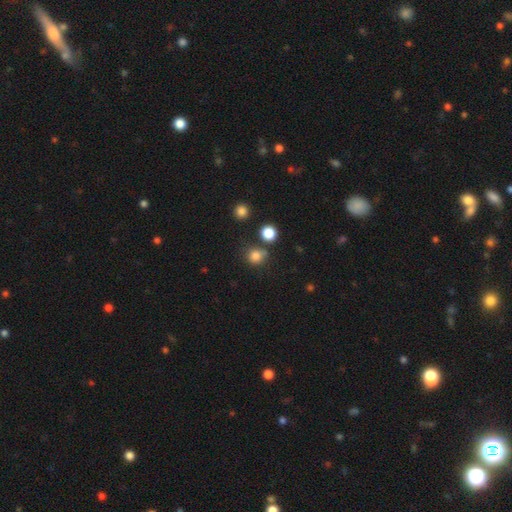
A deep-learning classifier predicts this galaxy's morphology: Overall: smooth (81%). How rounded: round (84%). Merging: none (69%).